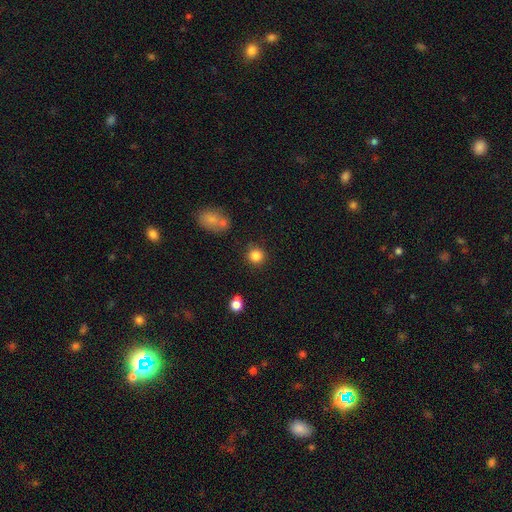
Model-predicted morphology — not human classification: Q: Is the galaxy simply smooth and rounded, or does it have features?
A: smooth — 84%.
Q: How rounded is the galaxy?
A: round — 92%.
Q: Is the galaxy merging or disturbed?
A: none — 86%.